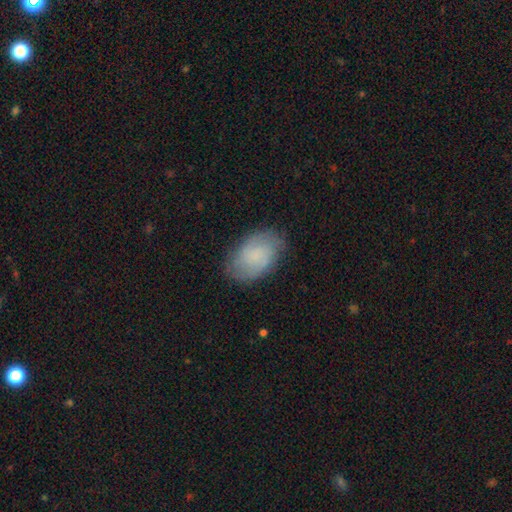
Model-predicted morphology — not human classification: smooth-or-featured: smooth: 50% | featured or disk: 42% | star or artifact: 8%
  merging: none: 77% | minor disturbance: 17% | major disturbance: 5% | merger: 1%